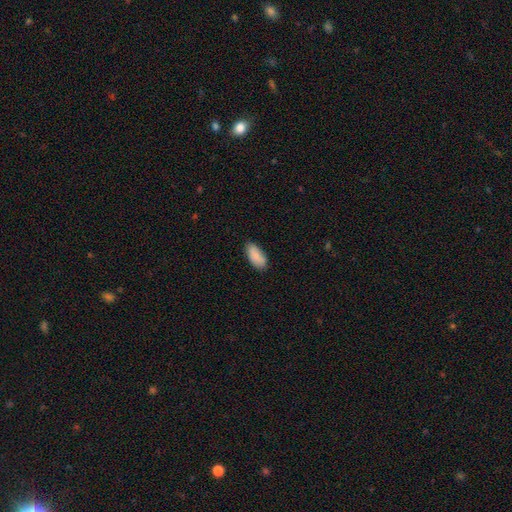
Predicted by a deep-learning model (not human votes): Smooth or featured? Predicted: smooth (p=0.89). How rounded? Predicted: in between (p=0.89). Merging? Predicted: none (p=0.79).